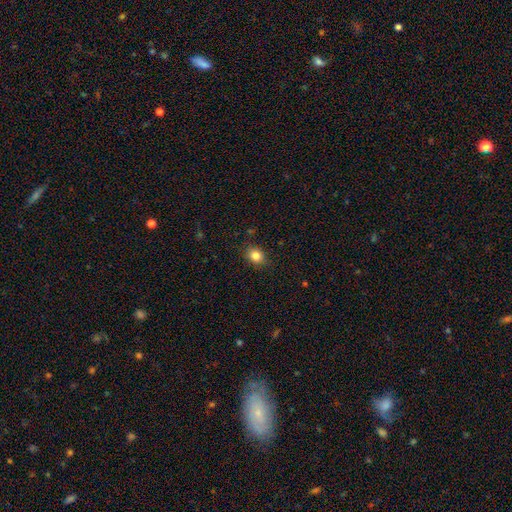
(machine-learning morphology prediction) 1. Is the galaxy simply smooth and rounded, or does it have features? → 83% smooth, 11% star or artifact, 6% featured or disk.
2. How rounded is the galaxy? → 54% round, 45% in between, 1% cigar-shaped.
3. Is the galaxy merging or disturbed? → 84% none, 12% minor disturbance, 3% major disturbance, 1% merger.